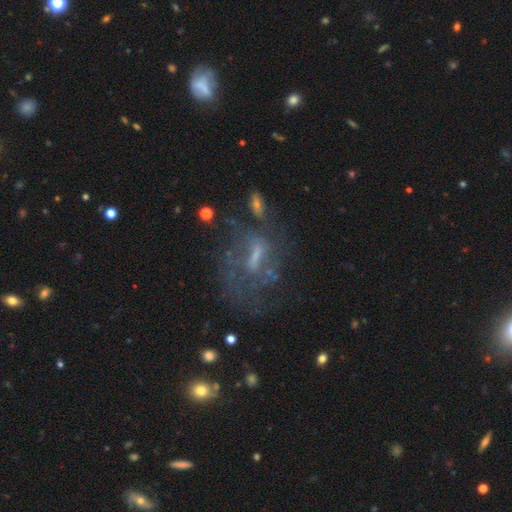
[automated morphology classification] featured or disk 65%, smooth 21%, star or artifact 15%. Down the decision tree: edge-on disk — no (91%); bar — weak (45%); spiral arms — yes (54%); bulge size — small (39%); merging — none (44%).